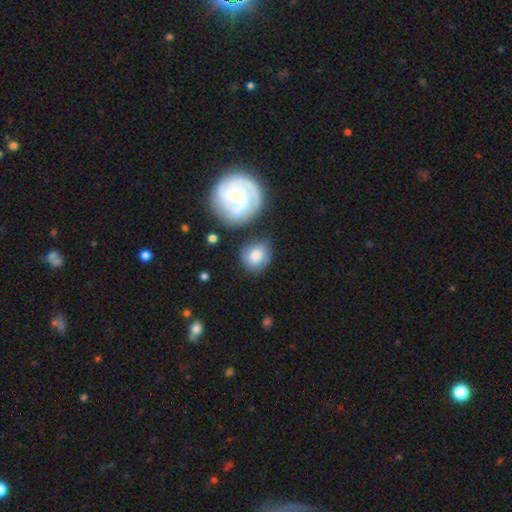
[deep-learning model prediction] This appears to be a smooth galaxy with no disk features (69%) that is round (78%). Merging: none (66%).